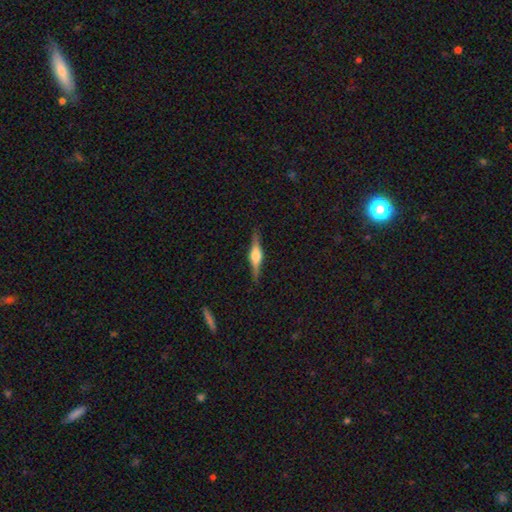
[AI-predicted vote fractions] Morphology: type=featured or disk (76%); edge-on=yes (98%); edge-on bulge=rounded (89%); merging=none (89%).